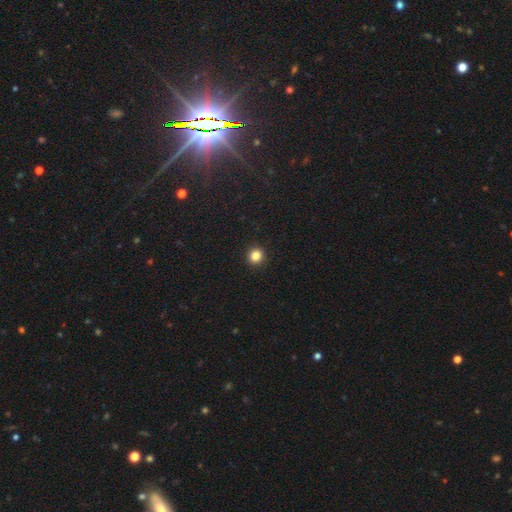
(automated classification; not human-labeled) Smooth or featured?
  - smooth: 84% *
  - star or artifact: 12%
  - featured or disk: 4%
How rounded?
  - round: 92% *
  - in between: 7%
  - cigar-shaped: 1%
Merging?
  - none: 94% *
  - minor disturbance: 4%
  - major disturbance: 1%
  - merger: 1%